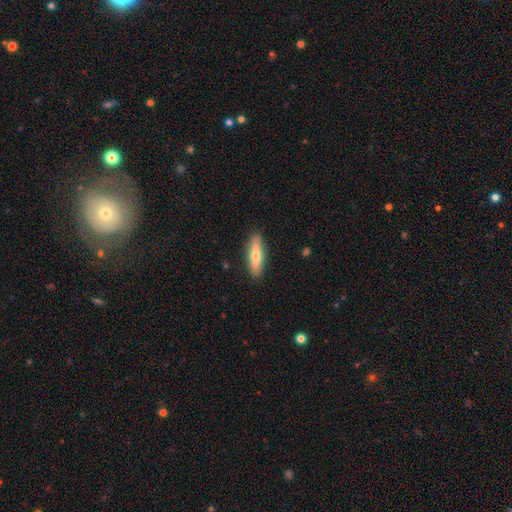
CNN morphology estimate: smooth-or-featured: smooth: 61% | featured or disk: 33% | star or artifact: 6%
  how-rounded: cigar-shaped: 68% | in between: 30% | round: 2%
  merging: none: 89% | minor disturbance: 8% | major disturbance: 2% | merger: 1%